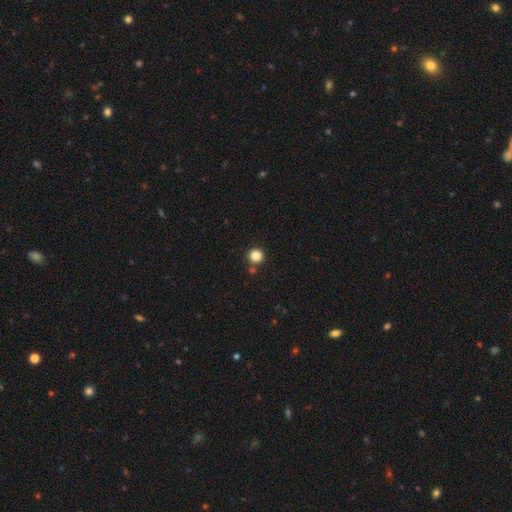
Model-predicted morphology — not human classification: A smooth galaxy with no disk features (85%) that is round (93%).

Vote fractions:
- Smooth or featured? smooth: 85% / star or artifact: 12% / featured or disk: 3%
- How rounded? round: 93% / in between: 6% / cigar-shaped: 1%
- Merging? none: 85% / minor disturbance: 7% / merger: 6% / major disturbance: 2%